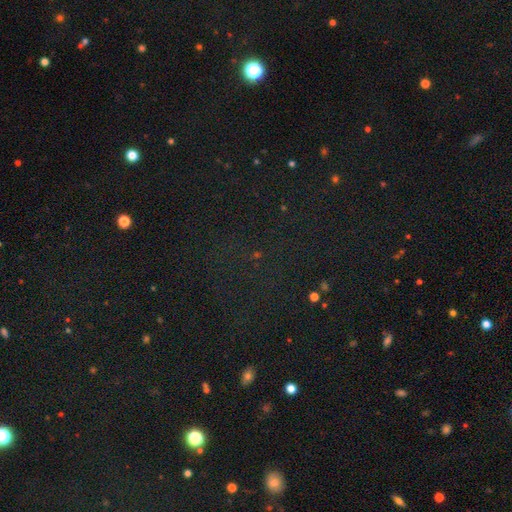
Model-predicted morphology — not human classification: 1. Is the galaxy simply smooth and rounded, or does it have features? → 71% star or artifact, 19% smooth, 10% featured or disk.